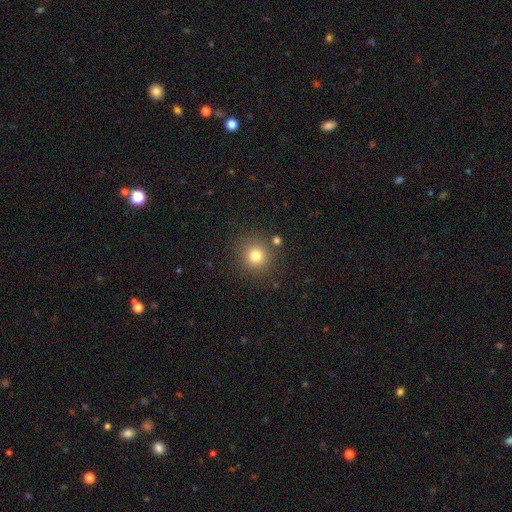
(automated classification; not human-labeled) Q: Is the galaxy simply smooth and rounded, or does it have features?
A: smooth — 79%.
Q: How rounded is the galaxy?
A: round — 92%.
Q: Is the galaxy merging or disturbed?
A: none — 85%.